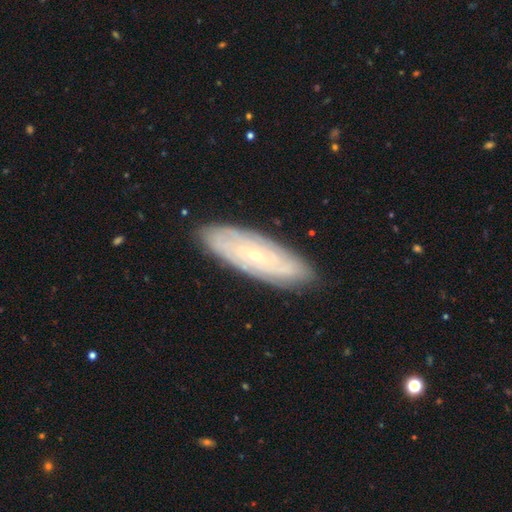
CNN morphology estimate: This is likely a featured or disk galaxy (69%). It is clearly not viewed edge-on (82%). Bar: likely no (74%). Spiral arm pattern: clearly yes (86%). Central bulge: clearly small (84%). Merging: clearly none (86%).